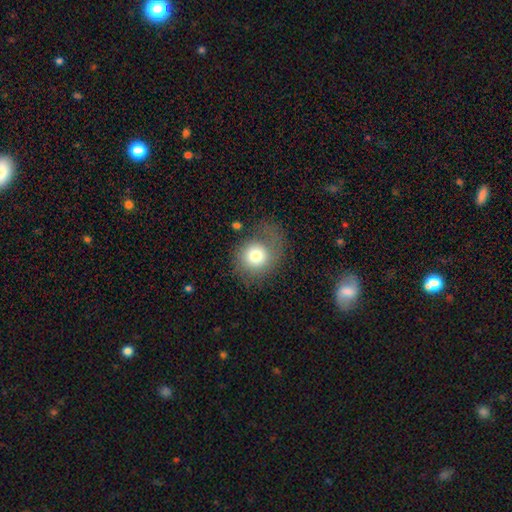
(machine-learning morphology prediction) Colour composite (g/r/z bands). It shows a smooth galaxy with no disk features (72%) that is round (76%). Merging: none (53%).